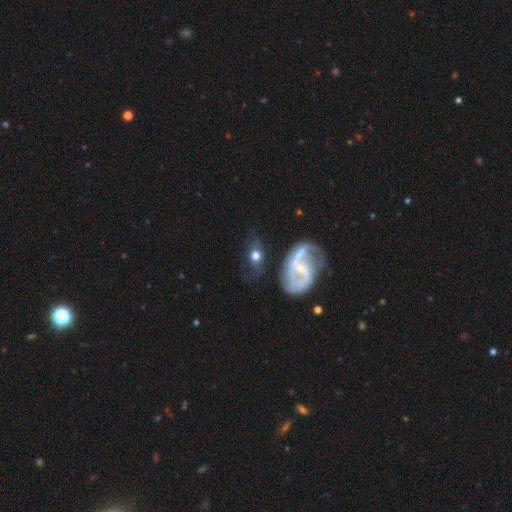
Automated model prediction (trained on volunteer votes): A featured or disk galaxy (46%).

Vote fractions:
- Smooth or featured? featured or disk: 46% / smooth: 44% / star or artifact: 10%
- Merging? none: 58% / minor disturbance: 20% / major disturbance: 13% / merger: 9%